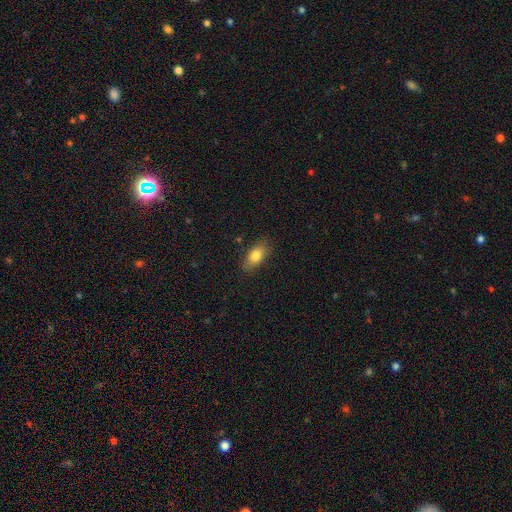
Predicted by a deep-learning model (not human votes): Overall: smooth (79%). How rounded: in between (83%). Merging: none (82%).